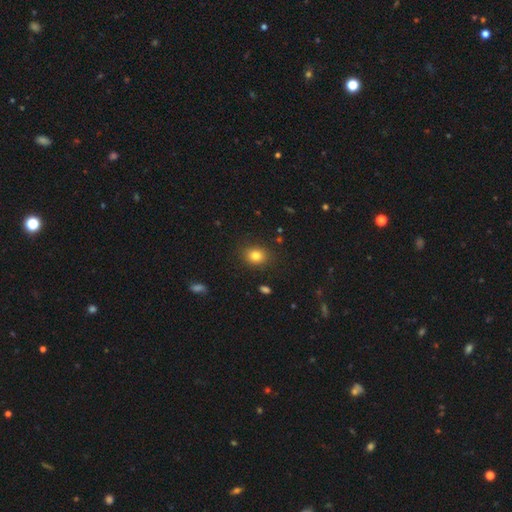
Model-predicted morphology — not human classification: smooth-or-featured: smooth: 81% | star or artifact: 12% | featured or disk: 7%
  how-rounded: round: 58% | in between: 41% | cigar-shaped: 1%
  merging: none: 87% | minor disturbance: 9% | major disturbance: 3% | merger: 1%